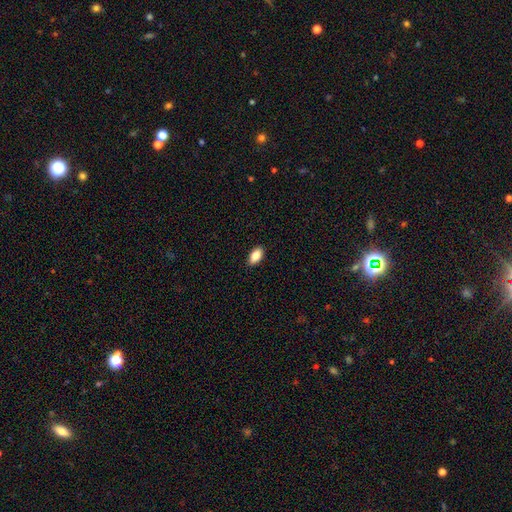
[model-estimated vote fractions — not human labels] This appears to be a smooth galaxy with no disk features (83%) that is in between round and cigar-shaped (90%). Merging: none (89%).